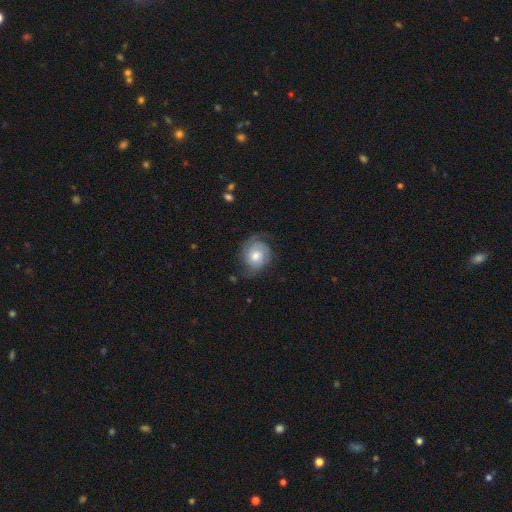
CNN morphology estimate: Smooth or featured? featured or disk (75%)
Edge-on disk? no (97%)
Bar? no (74%)
Spiral arms? yes (94%)
Spiral winding? tight (62%)
Spiral arm count? 2 (46%)
Bulge size? moderate (66%)
Merging? none (68%)